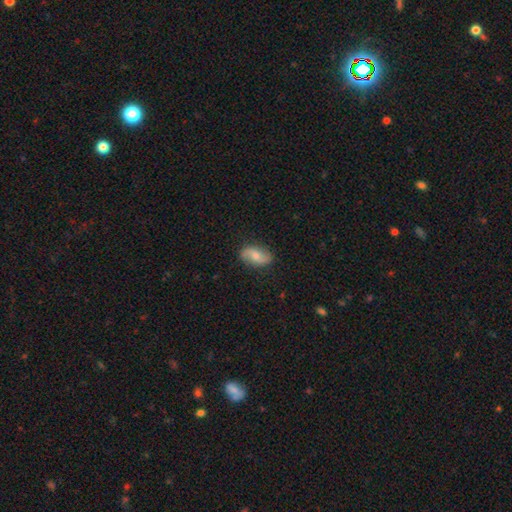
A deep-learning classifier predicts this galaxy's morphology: A smooth galaxy with no disk features (49%).

Vote fractions:
- Smooth or featured? smooth: 49% / featured or disk: 43% / star or artifact: 7%
- Merging? none: 82% / minor disturbance: 14% / major disturbance: 3% / merger: 1%